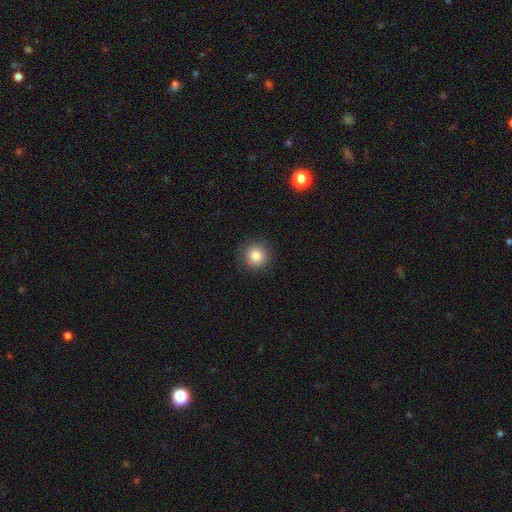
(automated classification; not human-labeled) Smooth or featured? smooth (85%)
How rounded? round (94%)
Merging? none (90%)